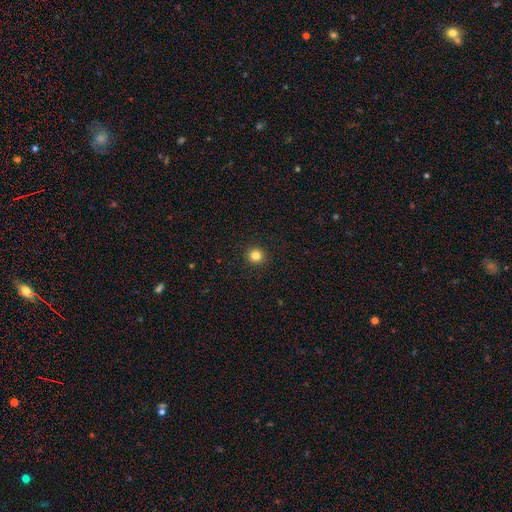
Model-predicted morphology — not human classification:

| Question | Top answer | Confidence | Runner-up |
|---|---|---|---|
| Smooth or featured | smooth | 83% | star or artifact (12%) |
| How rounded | round | 93% | in between (6%) |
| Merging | none | 93% | minor disturbance (5%) |